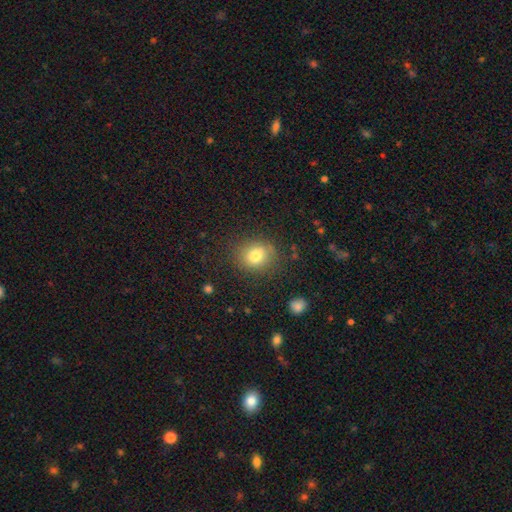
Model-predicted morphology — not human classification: A smooth galaxy with no disk features (77%) that is round (68%).

Vote fractions:
- Smooth or featured? smooth: 77% / star or artifact: 12% / featured or disk: 11%
- How rounded? round: 68% / in between: 31% / cigar-shaped: 1%
- Merging? none: 80% / minor disturbance: 13% / major disturbance: 5% / merger: 2%